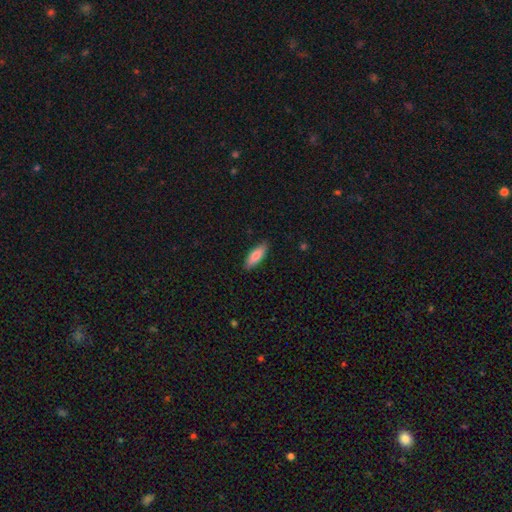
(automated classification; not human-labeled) smooth_or_featured: smooth (p=0.83) [alt: featured or disk p=0.12]
how_rounded: in between (p=0.63) [alt: cigar-shaped p=0.35]
merging: none (p=0.87) [alt: minor disturbance p=0.10]